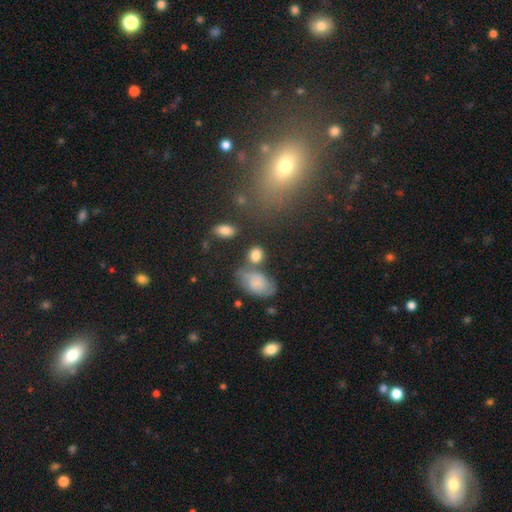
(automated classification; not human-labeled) The model was most divided on "how rounded": round: 50%, in between: 48%, cigar-shaped: 2%. More confident: smooth or featured — smooth (77%); merging — none (57%).